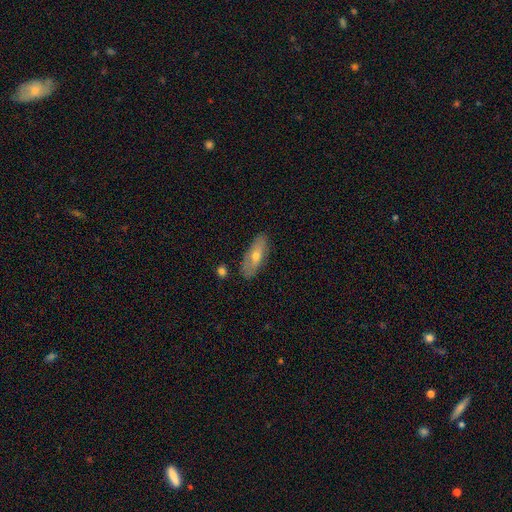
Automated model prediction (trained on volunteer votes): Overall: smooth (56%; featured or disk 37%). How rounded: in between (65%; cigar-shaped 33%). Merging: none (83%).